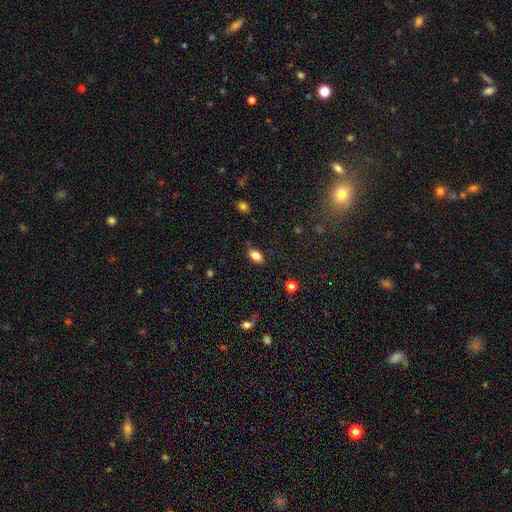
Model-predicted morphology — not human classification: The model was most divided on "merging": none: 83%, minor disturbance: 13%, major disturbance: 3%, merger: 2%. More confident: how rounded — in between (89%); smooth or featured — smooth (84%).